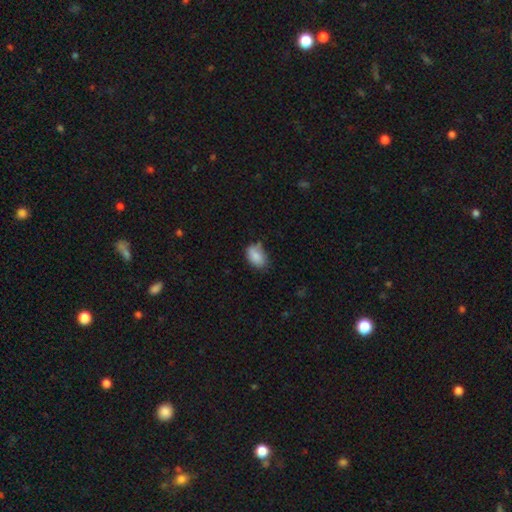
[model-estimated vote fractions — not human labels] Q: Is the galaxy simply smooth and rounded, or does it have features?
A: smooth — 85%.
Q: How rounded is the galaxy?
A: in between — 89%.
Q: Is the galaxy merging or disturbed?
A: none — 57%.